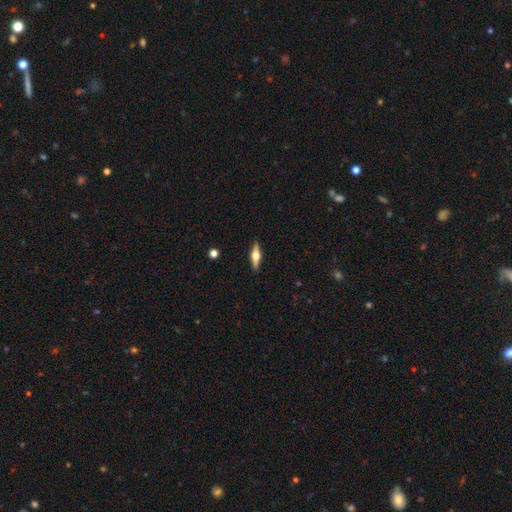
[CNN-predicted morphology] smooth-or-featured: featured or disk: 59% | smooth: 35% | star or artifact: 6%
  disk-edge-on: yes: 95% | no: 5%
    edge-on-bulge: rounded: 94% | boxy: 4% | none: 2%
  merging: none: 90% | minor disturbance: 7% | major disturbance: 2% | merger: 1%